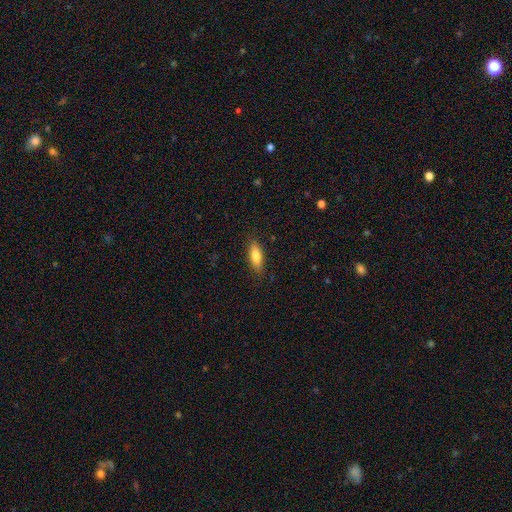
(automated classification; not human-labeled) Q: Smooth or featured?
A: smooth (81%); runner-up: featured or disk (13%)
Q: How rounded?
A: in between (62%); runner-up: cigar-shaped (36%)
Q: Merging?
A: none (87%); runner-up: minor disturbance (10%)